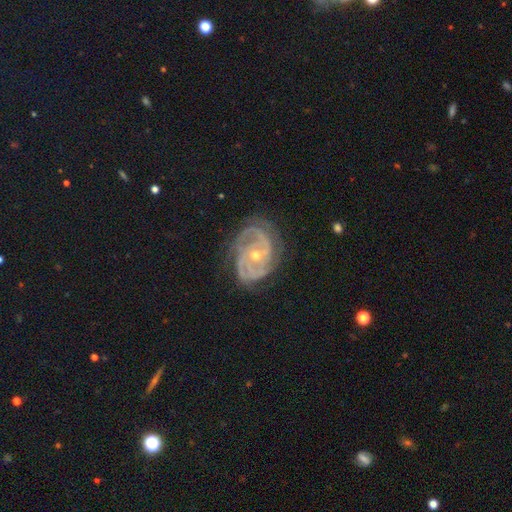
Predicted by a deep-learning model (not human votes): Smooth or featured: featured or disk — 90% (star or artifact — 6%)
Edge-on disk: no — 97% (yes — 3%)
Bar: no — 67% (weak — 25%)
Spiral arms: yes — 97% (no — 3%)
Spiral winding: tight — 65% (medium — 30%)
Spiral arm count: 3 — 34% (2 — 27%)
Bulge size: small — 51% (moderate — 47%)
Merging: none — 71% (minor disturbance — 20%)